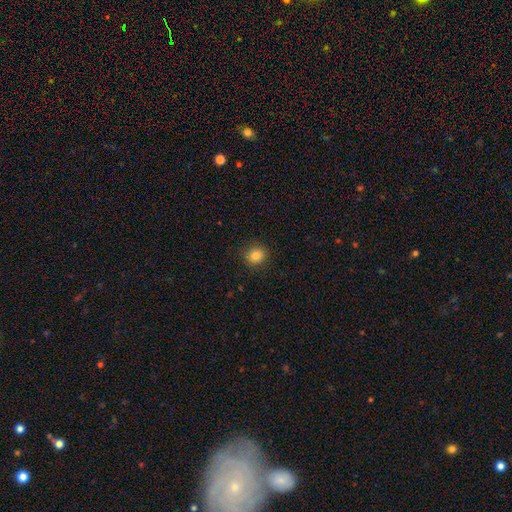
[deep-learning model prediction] A smooth galaxy with no disk features (83%) that is round (85%).

Vote fractions:
- Smooth or featured? smooth: 83% / star or artifact: 11% / featured or disk: 5%
- How rounded? round: 85% / in between: 14% / cigar-shaped: 1%
- Merging? none: 89% / minor disturbance: 7% / major disturbance: 2% / merger: 1%